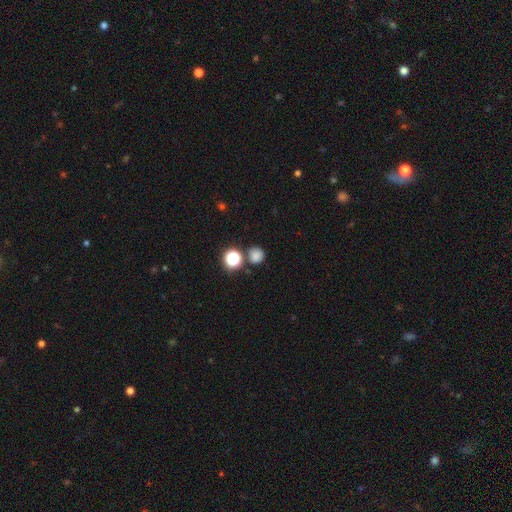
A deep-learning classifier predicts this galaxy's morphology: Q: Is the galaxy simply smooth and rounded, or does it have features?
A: smooth — 78%.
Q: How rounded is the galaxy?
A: round — 91%.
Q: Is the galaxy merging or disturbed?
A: none — 79%.